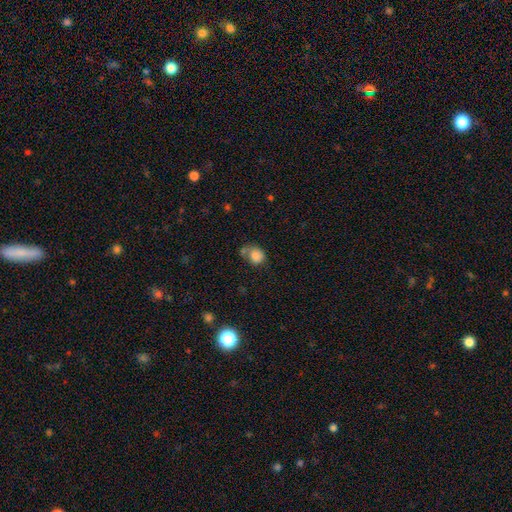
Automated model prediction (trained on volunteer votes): A smooth galaxy with no disk features (82%) that is round (62%). Merging: none (42%).